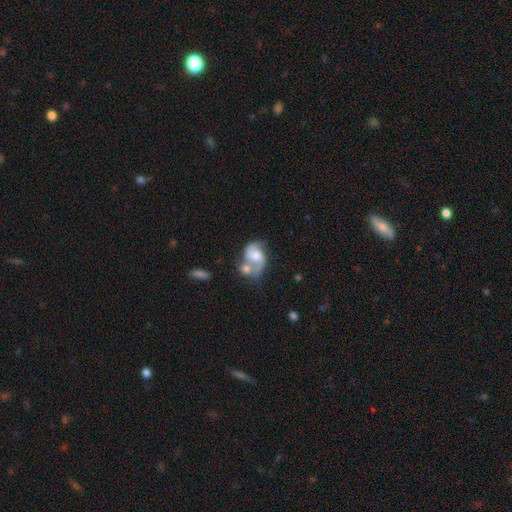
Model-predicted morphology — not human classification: This appears to be a featured or disk galaxy (61%) with no bar (67%), spiral arms (80%) and a moderate central bulge (59%). Merging: merger (52%).